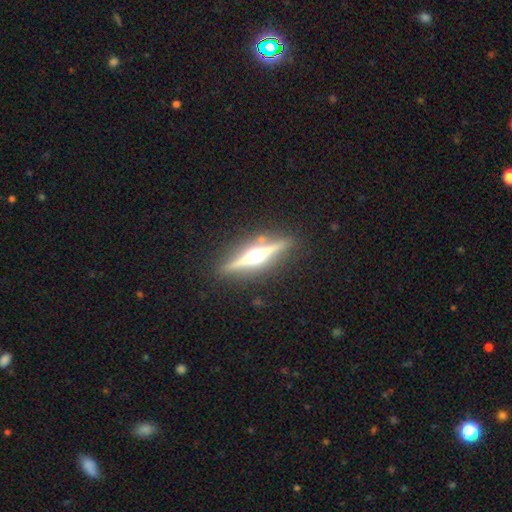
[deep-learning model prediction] A featured or disk galaxy (83%) viewed edge-on (98%) with a rounded central bulge (96%). Merging: none (89%).